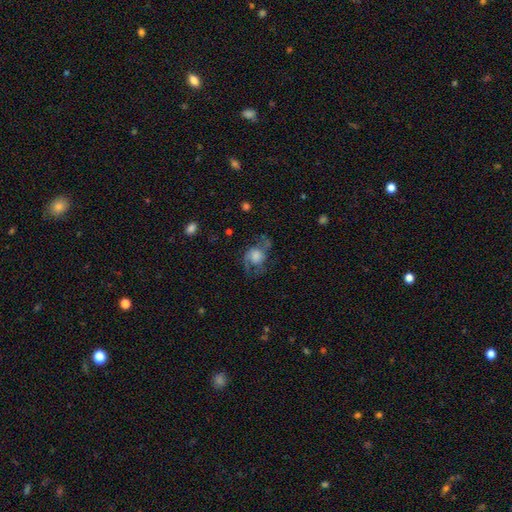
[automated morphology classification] Smooth or featured?
  - featured or disk: 56% *
  - smooth: 33%
  - star or artifact: 11%
Edge-on disk?
  - no: 96% *
  - yes: 4%
Bar?
  - no: 70% *
  - weak: 25%
  - strong: 5%
Spiral arms?
  - yes: 79% *
  - no: 21%
Bulge size?
  - large: 35% *
  - moderate: 28%
  - small: 16%
  - none: 13%
  - dominant: 7%
Merging?
  - none: 52% *
  - major disturbance: 25%
  - minor disturbance: 21%
  - merger: 3%